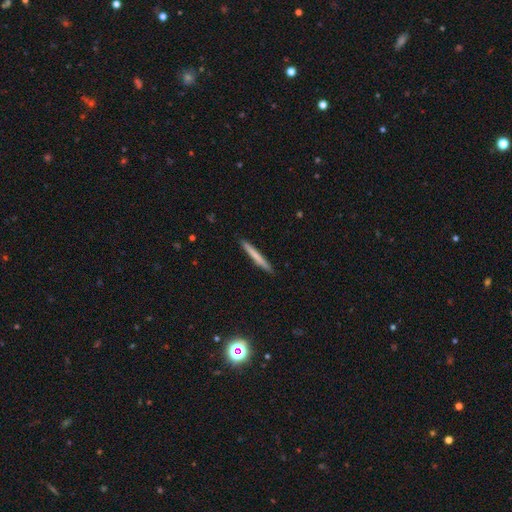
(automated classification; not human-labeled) Smooth or featured: smooth — 69% (featured or disk — 26%)
How rounded: cigar-shaped — 97% (in between — 2%)
Merging: none — 90% (minor disturbance — 7%)